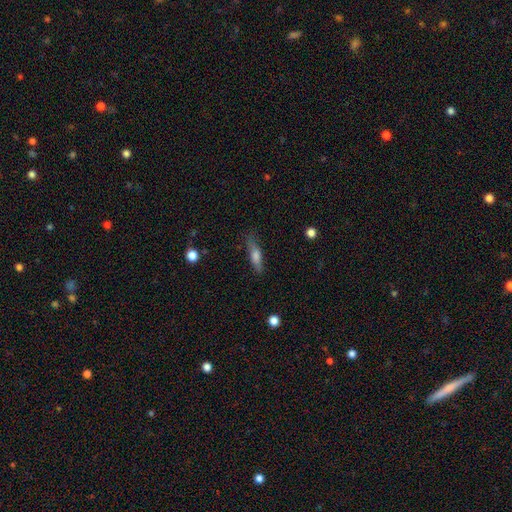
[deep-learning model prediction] Smooth or featured? smooth (62%)
How rounded? cigar-shaped (71%)
Merging? none (77%)